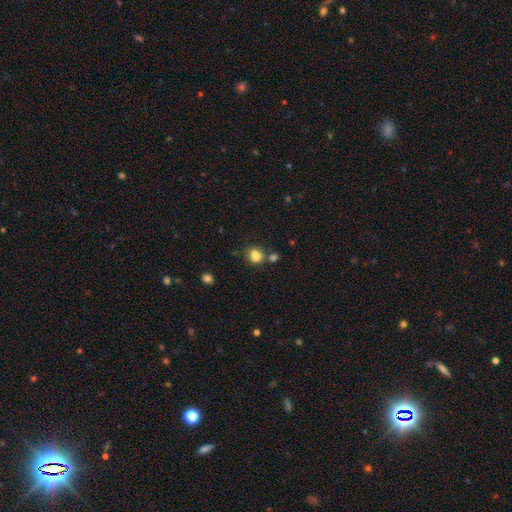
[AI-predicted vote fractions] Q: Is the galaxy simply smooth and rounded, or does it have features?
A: smooth — 78%.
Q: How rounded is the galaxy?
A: round — 52%.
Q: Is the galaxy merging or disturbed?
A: none — 47%.